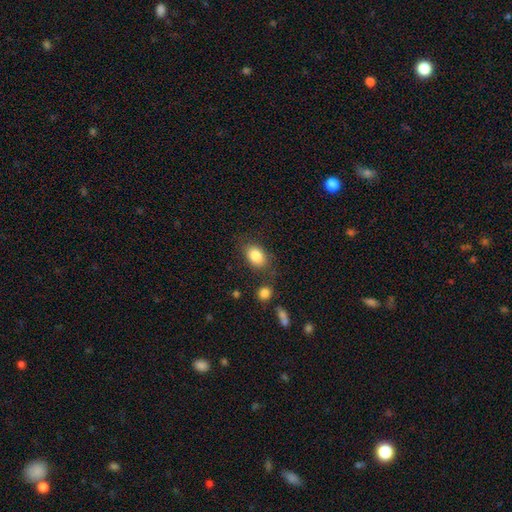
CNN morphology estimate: Smooth or featured?
  - smooth: 84% *
  - star or artifact: 8%
  - featured or disk: 8%
How rounded?
  - in between: 79% *
  - round: 20%
  - cigar-shaped: 1%
Merging?
  - none: 75% *
  - minor disturbance: 15%
  - merger: 5%
  - major disturbance: 5%